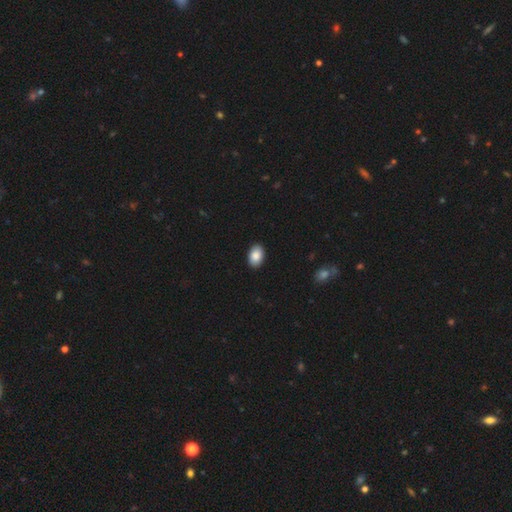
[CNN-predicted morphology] smooth_or_featured: smooth (p=0.88) [alt: star or artifact p=0.07]
how_rounded: in between (p=0.87) [alt: round p=0.12]
merging: none (p=0.91) [alt: minor disturbance p=0.06]